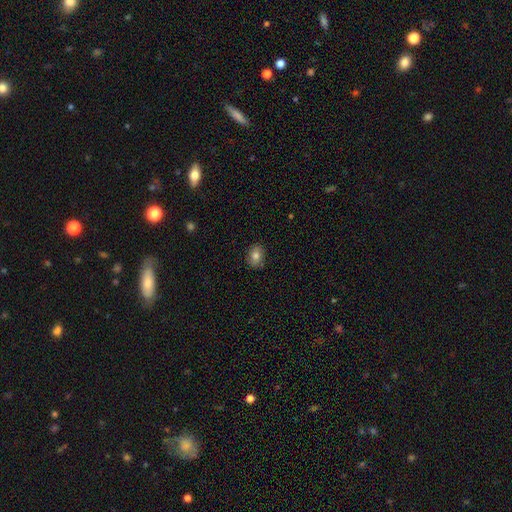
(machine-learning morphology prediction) This appears to be a smooth galaxy with no disk features (81%) that is in between round and cigar-shaped (68%). Merging: none (82%).